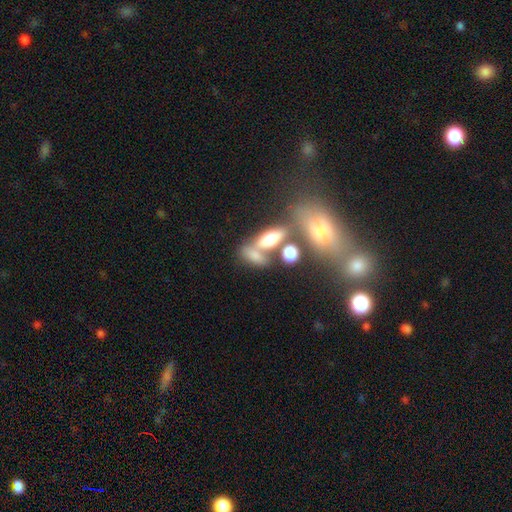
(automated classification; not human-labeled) The model was most divided on "merging": merger: 47%, none: 32%, minor disturbance: 12%, major disturbance: 9%. More confident: how rounded — in between (69%); smooth or featured — smooth (67%).